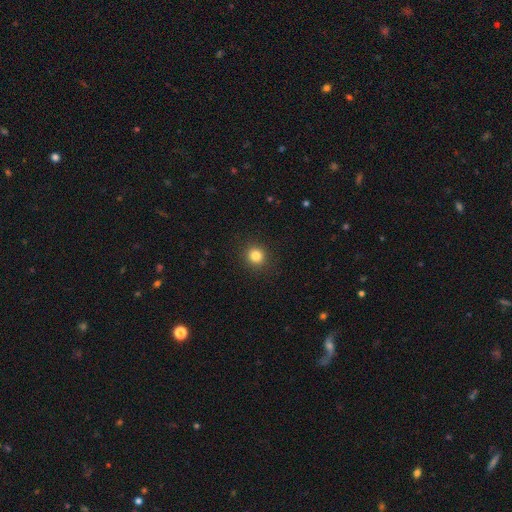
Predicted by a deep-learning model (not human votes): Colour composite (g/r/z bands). It shows a smooth galaxy with no disk features (83%) that is round (91%). Merging: none (91%).